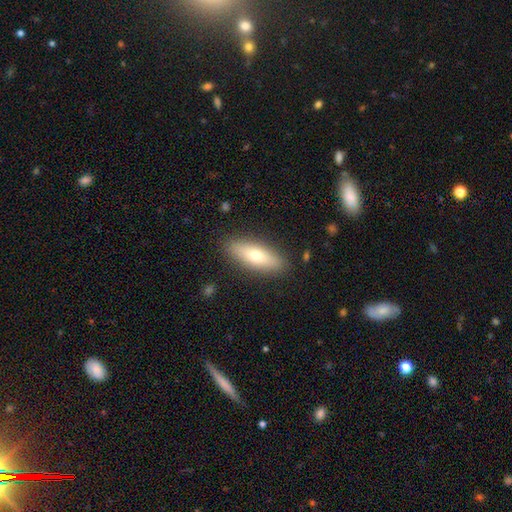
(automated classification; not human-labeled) Q: Smooth or featured?
A: smooth (65%); runner-up: featured or disk (29%)
Q: How rounded?
A: in between (56%); runner-up: cigar-shaped (41%)
Q: Merging?
A: none (88%); runner-up: minor disturbance (8%)